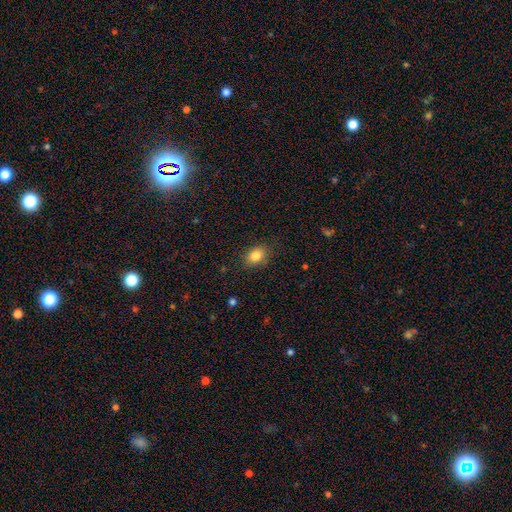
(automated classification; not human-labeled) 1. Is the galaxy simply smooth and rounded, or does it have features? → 83% smooth, 10% star or artifact, 7% featured or disk.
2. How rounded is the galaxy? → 73% in between, 25% round, 1% cigar-shaped.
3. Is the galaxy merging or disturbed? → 85% none, 11% minor disturbance, 3% major disturbance, 1% merger.